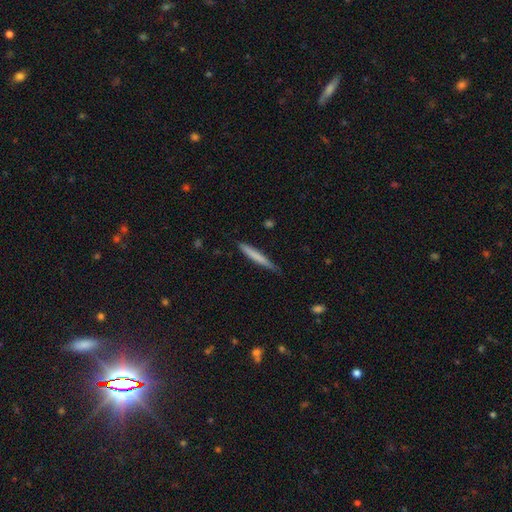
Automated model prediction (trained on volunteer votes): The model was most divided on "smooth or featured": smooth: 70%, featured or disk: 24%, star or artifact: 5%. More confident: how rounded — cigar-shaped (96%); merging — none (79%).